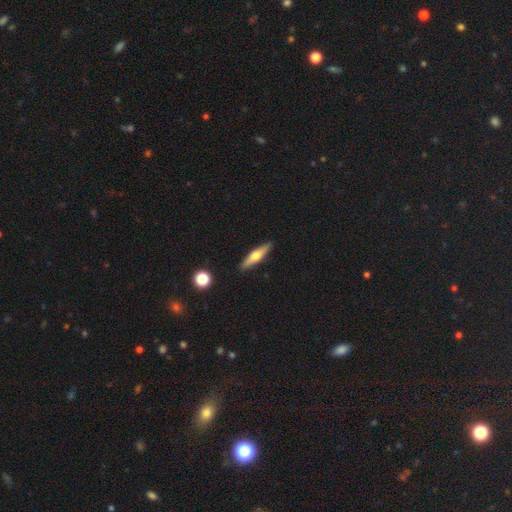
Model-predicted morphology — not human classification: The model was most divided on "smooth or featured": featured or disk: 49%, smooth: 45%, star or artifact: 6%. More confident: merging — none (89%).